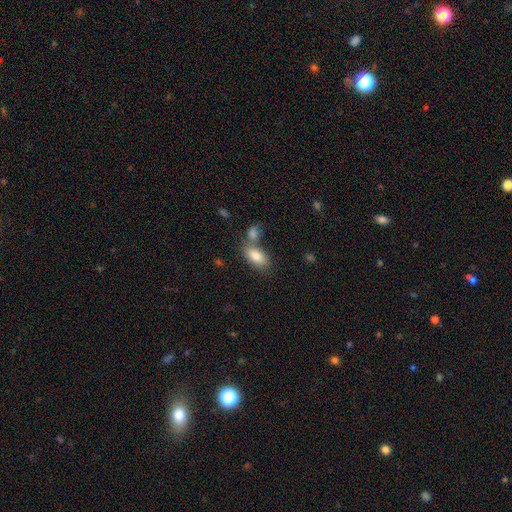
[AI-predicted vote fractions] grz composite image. It shows a smooth galaxy with no disk features (85%) that is in between round and cigar-shaped (90%). Merging: none (53%).